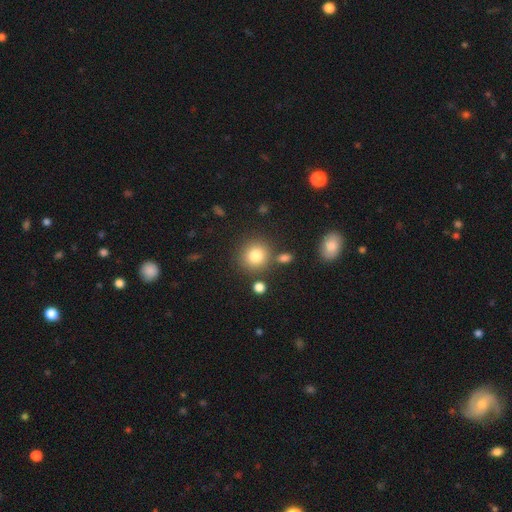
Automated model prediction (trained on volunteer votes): A smooth galaxy with no disk features (81%) that is round (89%).

Vote fractions:
- Smooth or featured? smooth: 81% / star or artifact: 11% / featured or disk: 8%
- How rounded? round: 89% / in between: 10% / cigar-shaped: 1%
- Merging? none: 78% / minor disturbance: 10% / merger: 8% / major disturbance: 4%